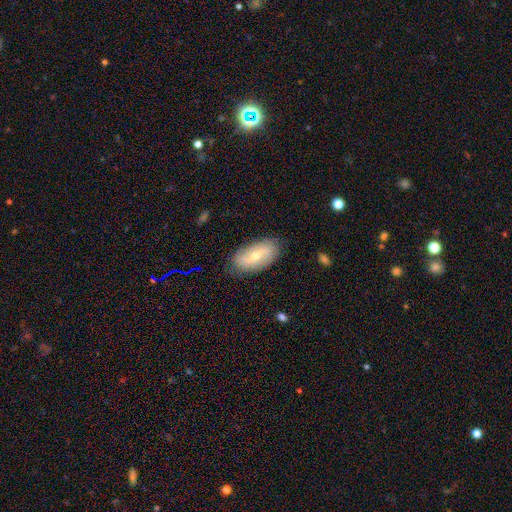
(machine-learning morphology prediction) featured or disk 54%, smooth 40%, star or artifact 7%. Down the decision tree: edge-on disk — no (90%); merging — none (82%).